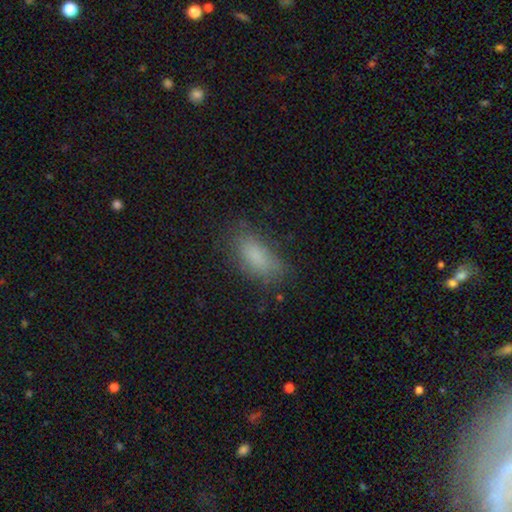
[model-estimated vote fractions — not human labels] Smooth or featured? Predicted: smooth (p=0.82). How rounded? Predicted: in between (p=0.82). Merging? Predicted: none (p=0.74).